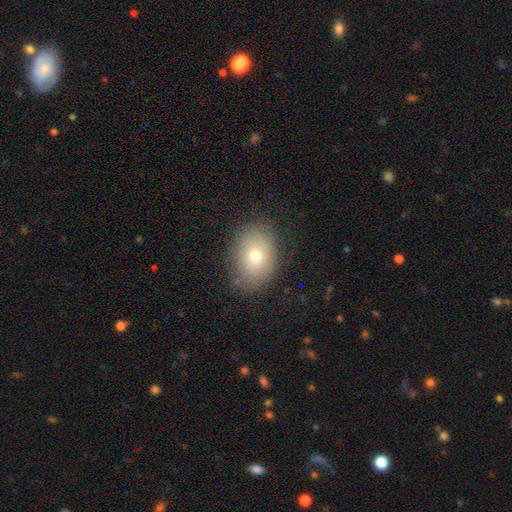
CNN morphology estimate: This is likely a smooth galaxy (71%). How rounded: likely in between (64%). Merging: clearly none (81%).